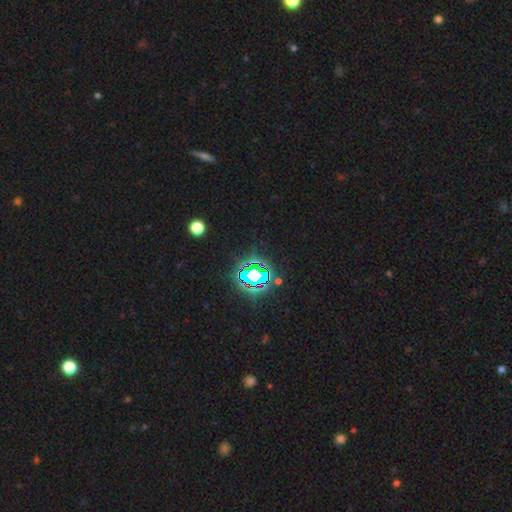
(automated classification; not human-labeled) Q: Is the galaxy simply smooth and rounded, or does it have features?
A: star or artifact — 79%.